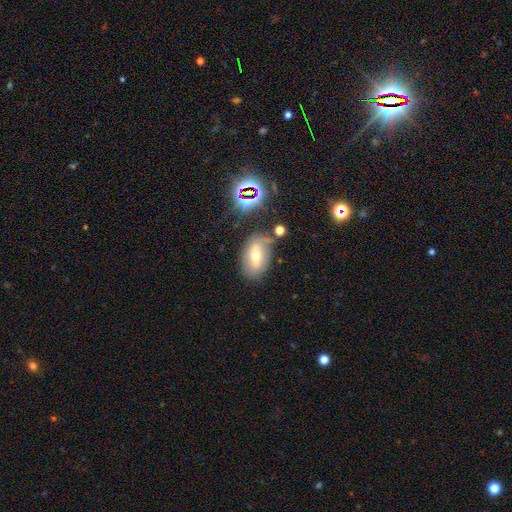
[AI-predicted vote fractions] A smooth galaxy with no disk features (47%). Merging: none (66%).